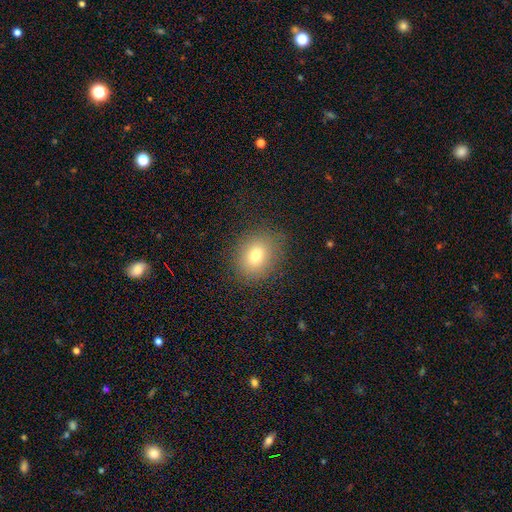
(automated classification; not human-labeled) This appears to be a smooth galaxy with no disk features (76%) that is round (53%). Merging: none (85%).